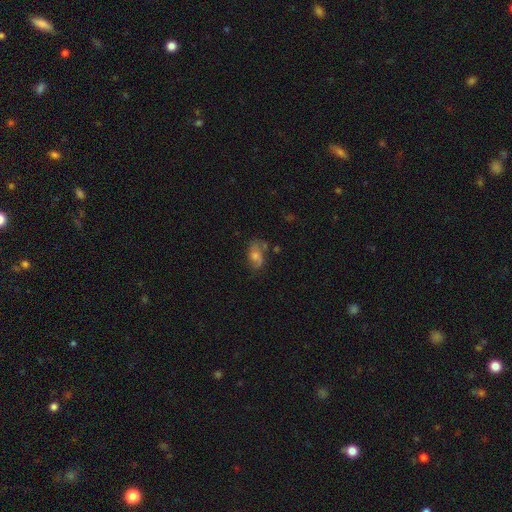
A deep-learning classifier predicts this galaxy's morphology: Smooth or featured? featured or disk (51%)
Edge-on disk? no (95%)
Merging? none (56%)